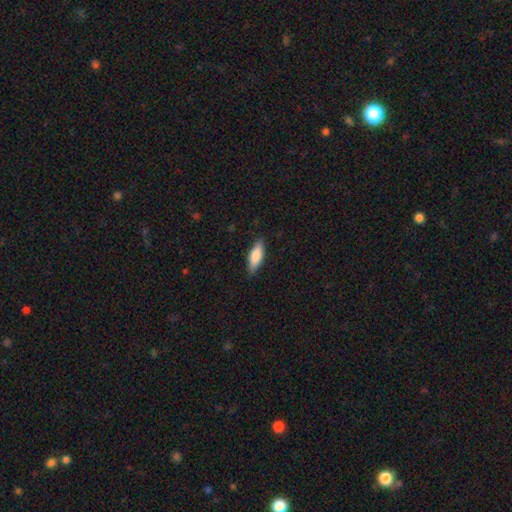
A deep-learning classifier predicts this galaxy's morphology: smooth_or_featured: smooth (p=0.79) [alt: featured or disk p=0.15]
how_rounded: in between (p=0.62) [alt: cigar-shaped p=0.36]
merging: none (p=0.85) [alt: minor disturbance p=0.12]